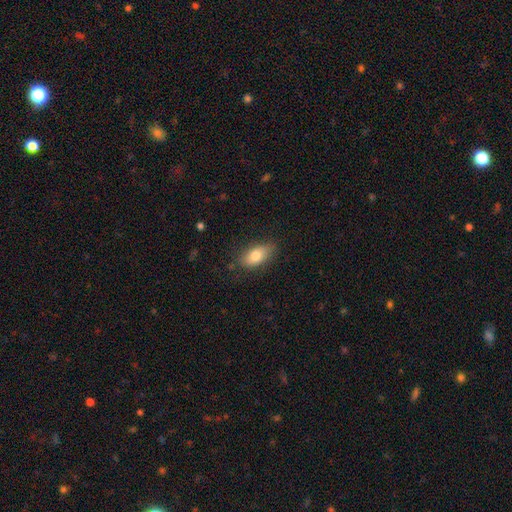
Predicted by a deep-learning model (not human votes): Smooth or featured? Predicted: smooth (p=0.78). How rounded? Predicted: in between (p=0.88). Merging? Predicted: none (p=0.80).